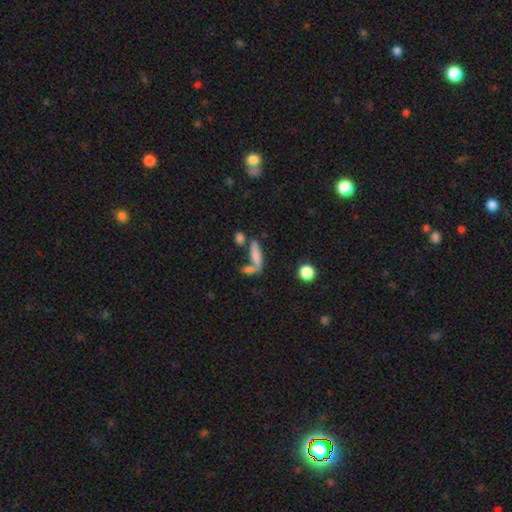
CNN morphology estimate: Q: Smooth or featured?
A: smooth (69%); runner-up: featured or disk (21%)
Q: How rounded?
A: cigar-shaped (68%); runner-up: in between (28%)
Q: Merging?
A: none (45%); runner-up: merger (36%)